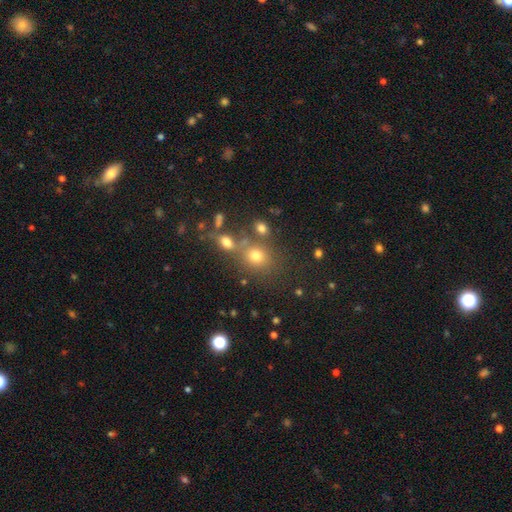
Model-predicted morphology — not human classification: The model was most divided on "merging": none: 62%, merger: 22%, minor disturbance: 11%, major disturbance: 5%. More confident: how rounded — round (75%); smooth or featured — smooth (69%).